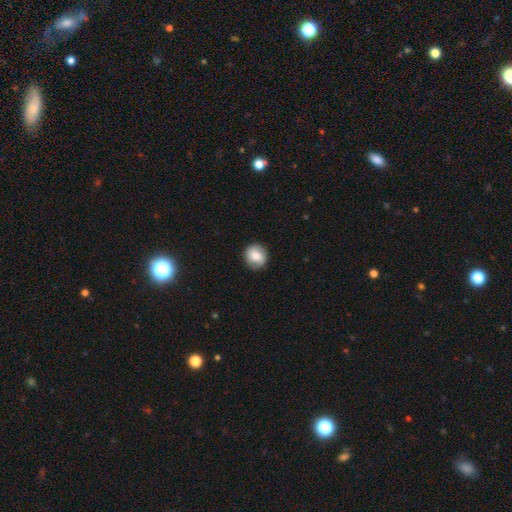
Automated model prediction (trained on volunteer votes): This is likely a smooth galaxy (78%). How rounded: clearly round (81%). Merging: clearly none (86%).